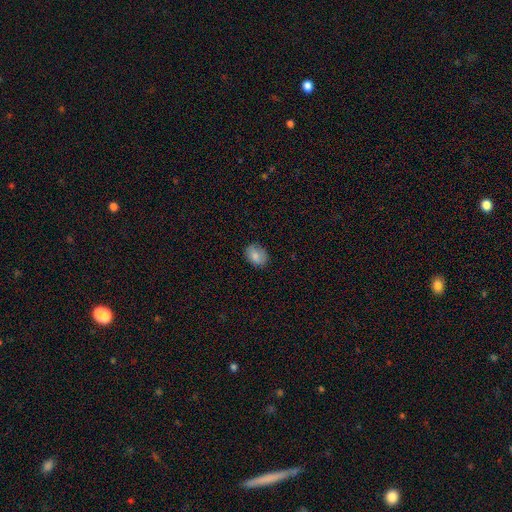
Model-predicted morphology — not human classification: This appears to be a smooth galaxy with no disk features (83%) that is in between round and cigar-shaped (69%). Merging: none (78%).